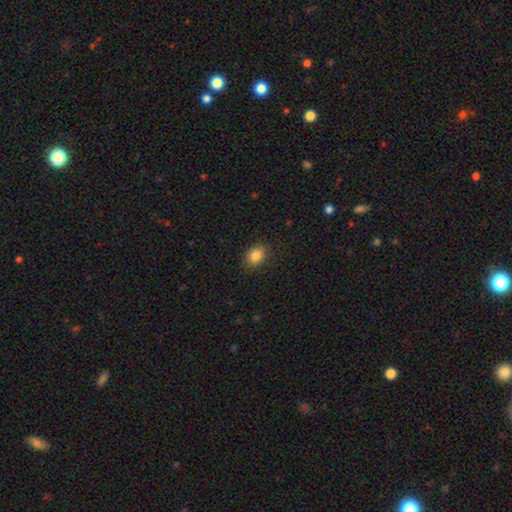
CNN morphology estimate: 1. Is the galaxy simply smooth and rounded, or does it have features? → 84% smooth, 9% star or artifact, 6% featured or disk.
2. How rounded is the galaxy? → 68% in between, 30% round, 1% cigar-shaped.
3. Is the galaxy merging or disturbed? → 86% none, 10% minor disturbance, 3% major disturbance, 1% merger.